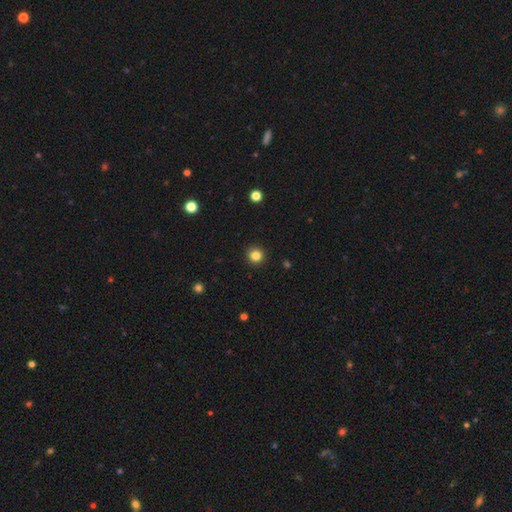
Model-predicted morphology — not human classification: A smooth galaxy with no disk features (84%) that is round (94%). Merging: none (92%).